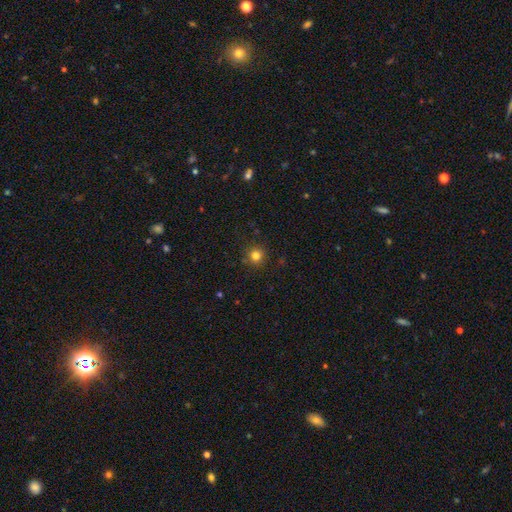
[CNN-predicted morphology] This appears to be a smooth galaxy with no disk features (81%) that is round (94%). Merging: none (89%).